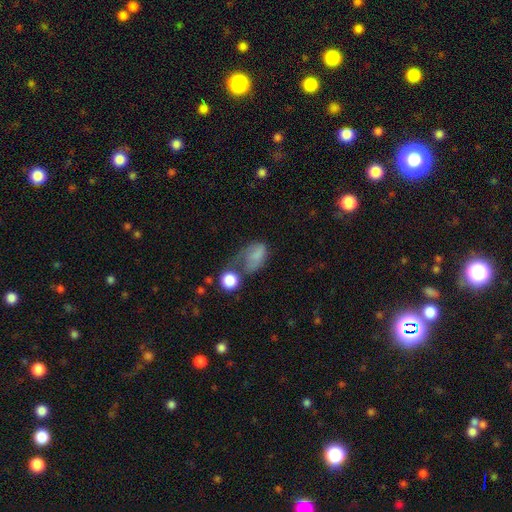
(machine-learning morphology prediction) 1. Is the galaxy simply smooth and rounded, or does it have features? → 70% smooth, 19% featured or disk, 11% star or artifact.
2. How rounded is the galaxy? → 80% in between, 18% round, 2% cigar-shaped.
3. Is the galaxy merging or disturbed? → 35% major disturbance, 25% minor disturbance, 24% none, 15% merger.